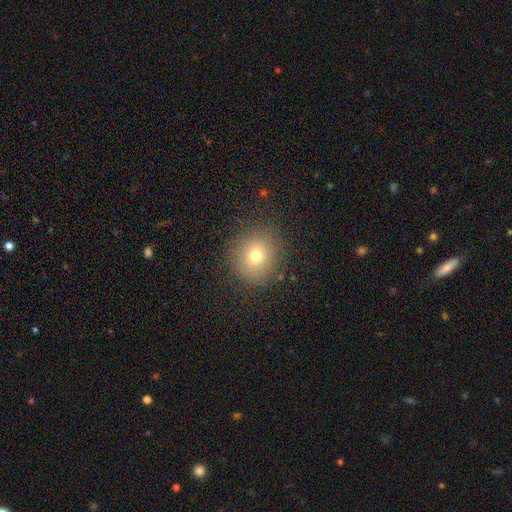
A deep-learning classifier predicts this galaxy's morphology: smooth 73%, star or artifact 16%, featured or disk 11%. Down the decision tree: how rounded — round (90%); merging — none (88%).